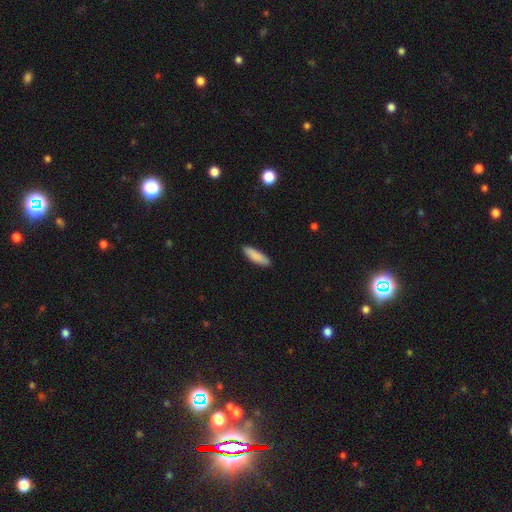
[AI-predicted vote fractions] This is clearly a smooth galaxy (88%). How rounded: likely cigar-shaped (63%). Merging: clearly none (88%).